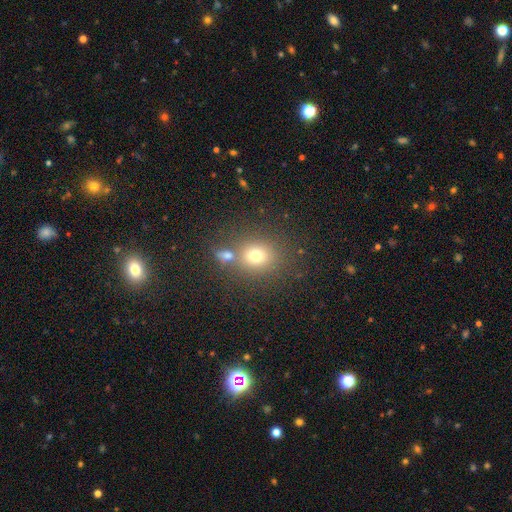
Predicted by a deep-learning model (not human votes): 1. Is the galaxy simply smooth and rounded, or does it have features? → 73% smooth, 16% star or artifact, 11% featured or disk.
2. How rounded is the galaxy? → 77% round, 22% in between, 1% cigar-shaped.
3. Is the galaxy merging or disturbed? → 64% none, 22% merger, 9% minor disturbance, 4% major disturbance.